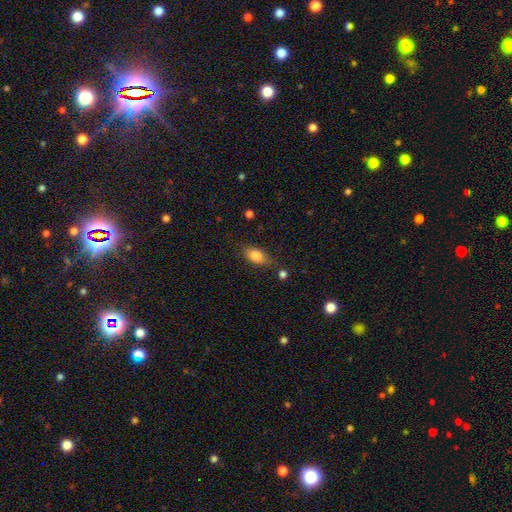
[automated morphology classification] This appears to be a smooth galaxy with no disk features (83%) that is in between round and cigar-shaped (85%). Merging: none (74%).